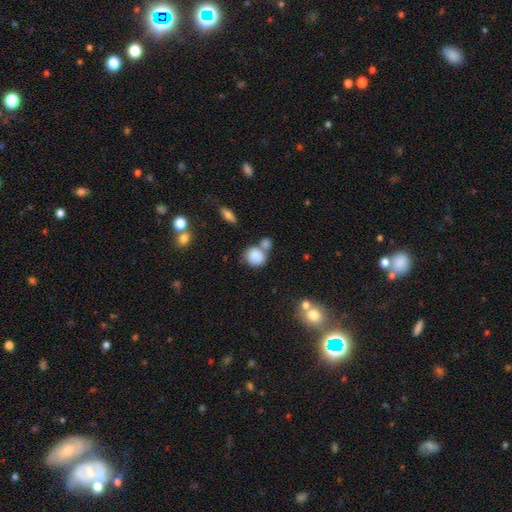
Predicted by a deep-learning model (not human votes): This is clearly a smooth galaxy (84%). How rounded: likely round (77%). Merging: marginally none (44%).